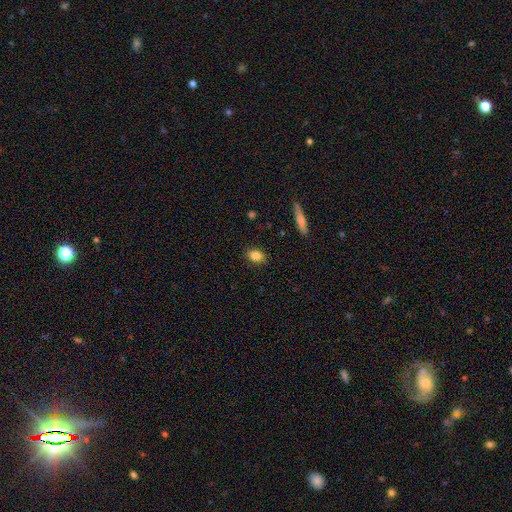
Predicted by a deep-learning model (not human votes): Overall: smooth (83%). How rounded: in between (71%). Merging: none (87%).